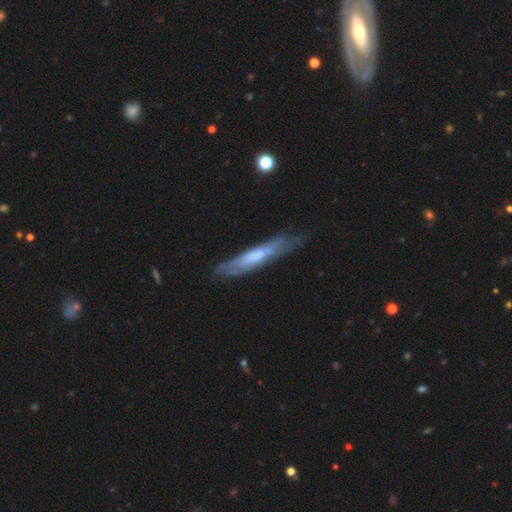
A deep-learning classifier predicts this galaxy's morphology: Smooth or featured: featured or disk — 56% (smooth — 37%)
Edge-on disk: yes — 68% (no — 32%)
Merging: none — 69% (minor disturbance — 22%)